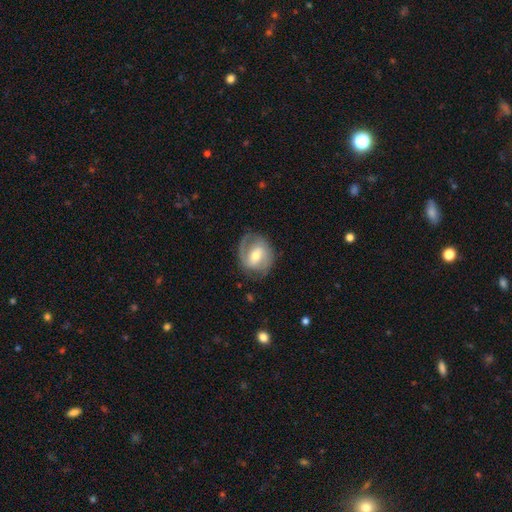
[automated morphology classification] A featured or disk galaxy (75%) with a weak bar (47%), 2 (78%) medium (45%) spiral arms (89%) and a moderate central bulge (66%).

Vote fractions:
- Smooth or featured? featured or disk: 75% / smooth: 20% / star or artifact: 5%
- Edge-on disk? no: 97% / yes: 3%
- Bar? weak: 47% / no: 30% / strong: 23%
- Spiral arms? yes: 89% / no: 11%
- Spiral winding? medium: 45% / tight: 37% / loose: 18%
- Spiral arm count? 2: 78% / 1: 9% / can't tell: 9% / 3: 2% / 4: 1% / more than 4: 1%
- Bulge size? moderate: 66% / small: 27% / large: 5% / none: 1% / dominant: 1%
- Merging? none: 75% / minor disturbance: 17% / major disturbance: 7% / merger: 1%